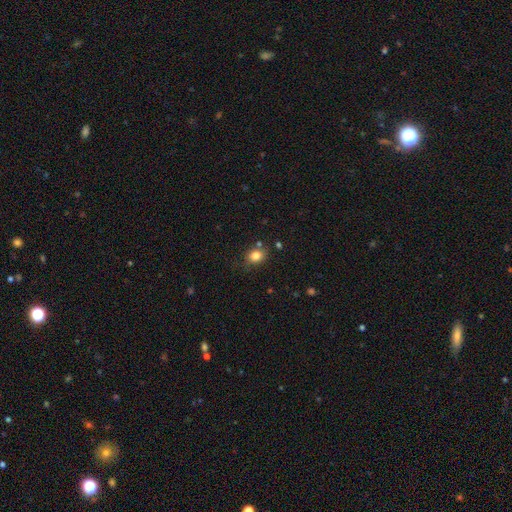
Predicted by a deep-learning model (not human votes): Smooth or featured: smooth — 82% (star or artifact — 11%)
How rounded: round — 53% (in between — 46%)
Merging: none — 75% (minor disturbance — 15%)